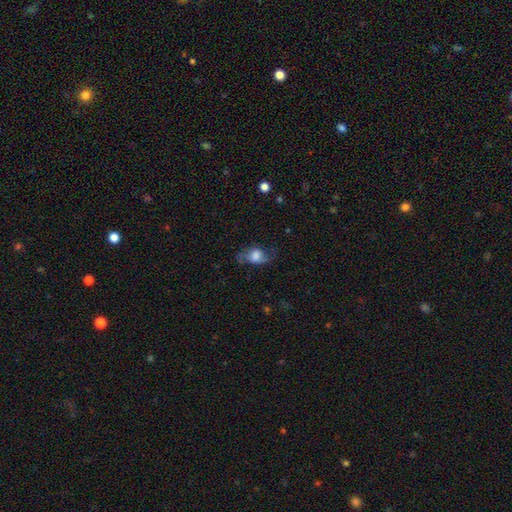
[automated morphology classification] The model was most divided on "smooth or featured": smooth: 60%, featured or disk: 31%, star or artifact: 9%. More confident: how rounded — in between (76%); merging — none (54%).